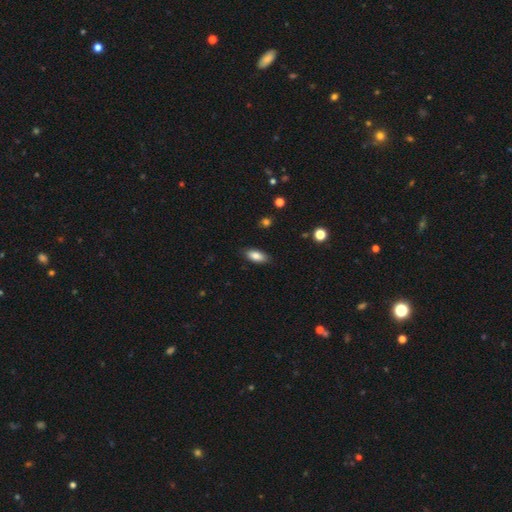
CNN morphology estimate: This appears to be a smooth galaxy with no disk features (83%) that is in between round and cigar-shaped (85%). Merging: none (85%).